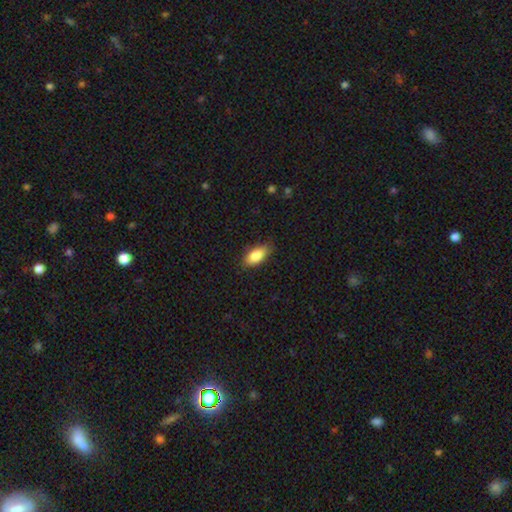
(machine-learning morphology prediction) Smooth or featured? Predicted: smooth (p=0.83). How rounded? Predicted: in between (p=0.87). Merging? Predicted: none (p=0.80).